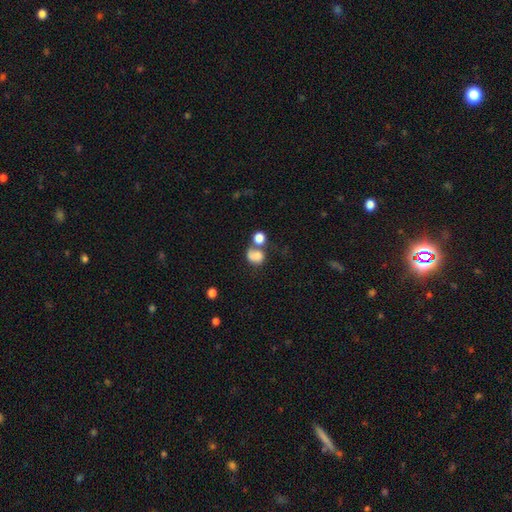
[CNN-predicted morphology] Smooth or featured? smooth (75%)
How rounded? round (58%)
Merging? merger (43%)